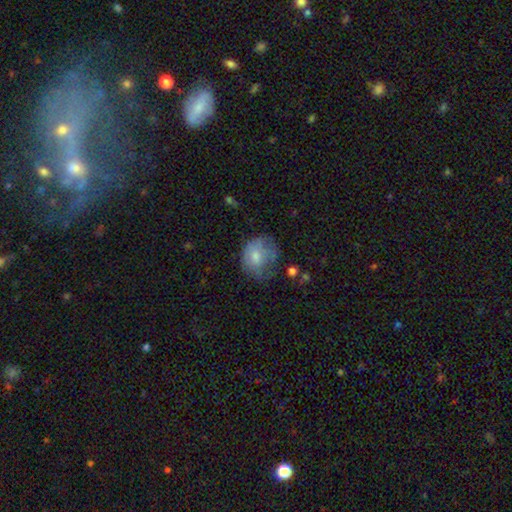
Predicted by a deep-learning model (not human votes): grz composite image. It shows a smooth galaxy with no disk features (66%) that is round (63%). Merging: none (45%).